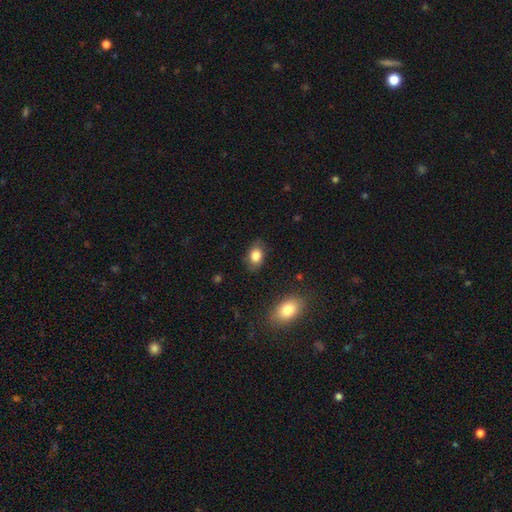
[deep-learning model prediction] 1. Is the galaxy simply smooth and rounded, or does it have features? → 83% smooth, 9% star or artifact, 8% featured or disk.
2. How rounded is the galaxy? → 77% in between, 22% round, 1% cigar-shaped.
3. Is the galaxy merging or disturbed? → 82% none, 14% minor disturbance, 3% major disturbance, 1% merger.